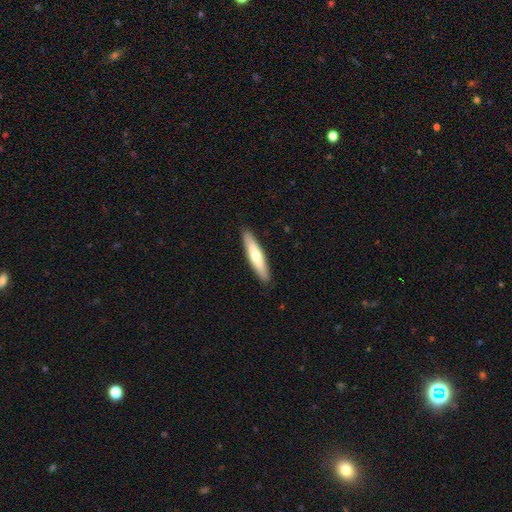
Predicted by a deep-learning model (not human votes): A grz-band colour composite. It shows a smooth galaxy with no disk features (64%) that is cigar-shaped (87%). Merging: none (91%).